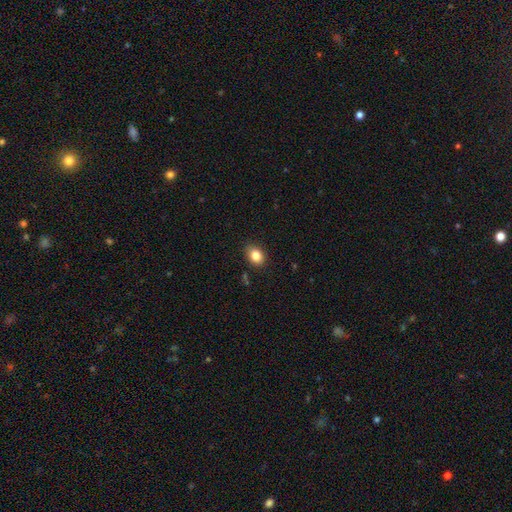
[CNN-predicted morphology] Overall: smooth (83%). How rounded: in between (59%; round 40%). Merging: none (84%).